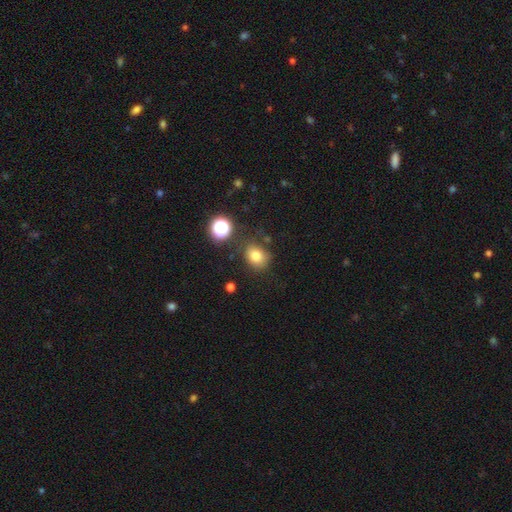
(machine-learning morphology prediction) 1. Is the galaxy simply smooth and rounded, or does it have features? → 78% smooth, 14% star or artifact, 8% featured or disk.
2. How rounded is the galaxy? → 56% round, 43% in between, 1% cigar-shaped.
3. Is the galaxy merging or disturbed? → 73% none, 16% minor disturbance, 5% major disturbance, 5% merger.